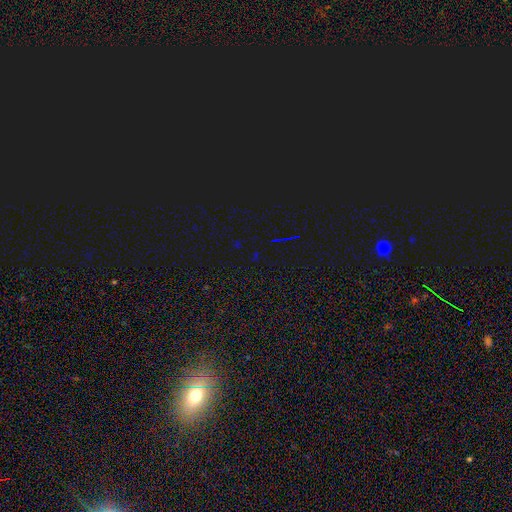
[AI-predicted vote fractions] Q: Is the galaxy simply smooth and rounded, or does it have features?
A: star or artifact — 76%.